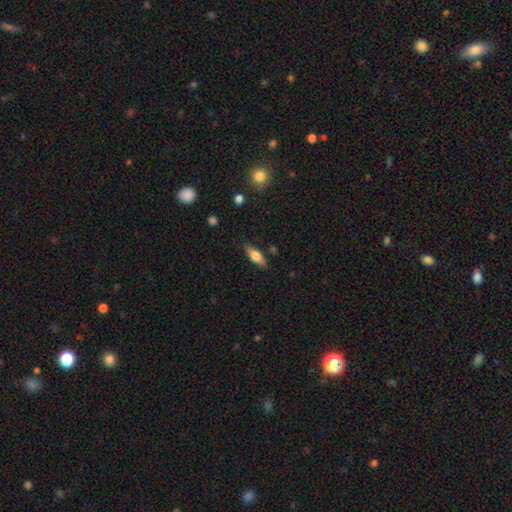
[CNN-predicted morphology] This appears to be a smooth galaxy with no disk features (55%) that is in between round and cigar-shaped (61%). Merging: none (83%).